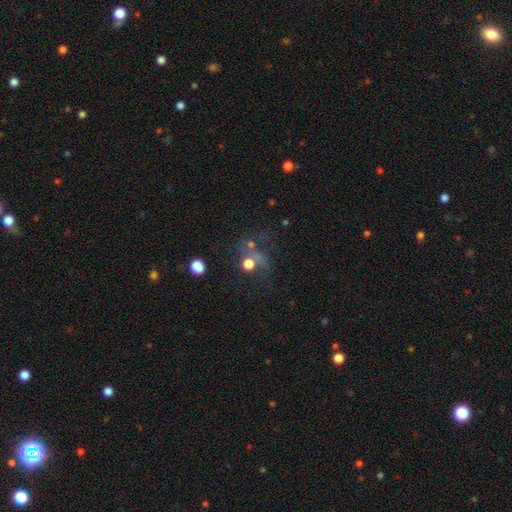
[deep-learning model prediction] Smooth or featured? Predicted: smooth (p=0.36). Merging? Predicted: none (p=0.43).